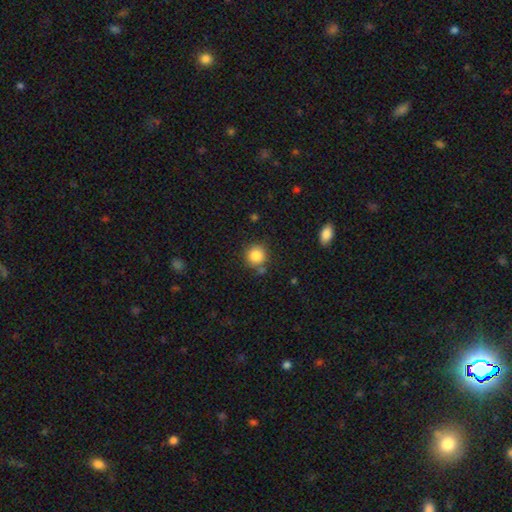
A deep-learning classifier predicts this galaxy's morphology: Smooth or featured?
  - smooth: 85% *
  - star or artifact: 10%
  - featured or disk: 6%
How rounded?
  - round: 92% *
  - in between: 7%
  - cigar-shaped: 1%
Merging?
  - none: 80% *
  - minor disturbance: 11%
  - merger: 7%
  - major disturbance: 3%